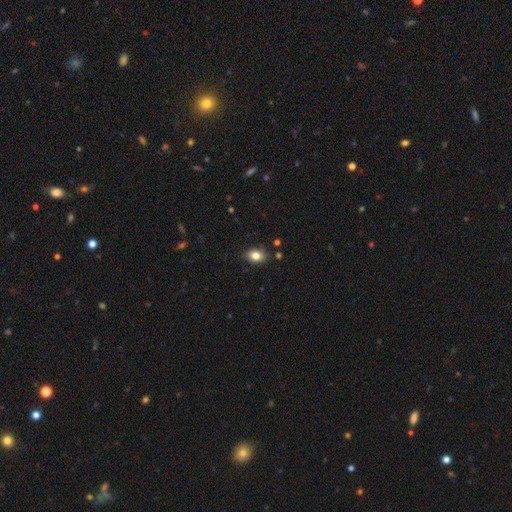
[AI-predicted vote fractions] smooth 82%, star or artifact 10%, featured or disk 8%. Down the decision tree: how rounded — in between (75%); merging — none (85%).